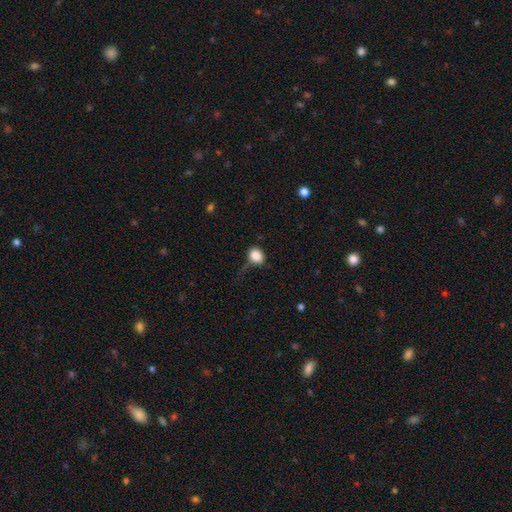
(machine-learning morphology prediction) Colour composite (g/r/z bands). It shows a smooth galaxy with no disk features (86%) that is round (54%). Merging: none (53%).